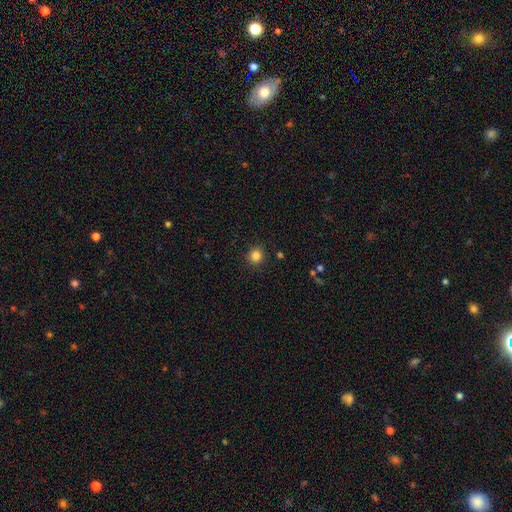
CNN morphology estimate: Smooth or featured? Predicted: smooth (p=0.84). How rounded? Predicted: round (p=0.92). Merging? Predicted: none (p=0.91).